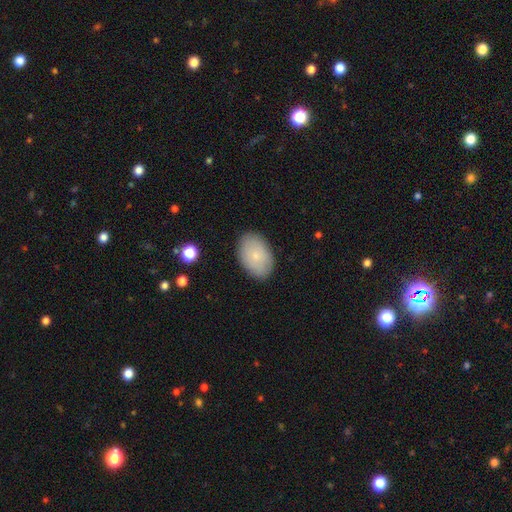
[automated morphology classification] This is likely a smooth galaxy (78%). How rounded: clearly in between (89%). Merging: clearly none (87%).